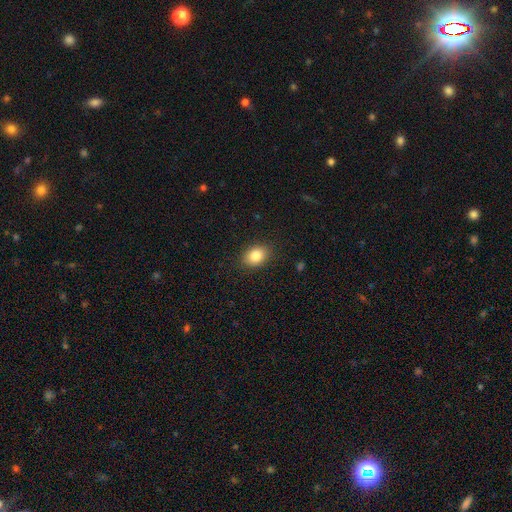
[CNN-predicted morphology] Overall: smooth (84%). How rounded: in between (69%; round 30%). Merging: none (88%).